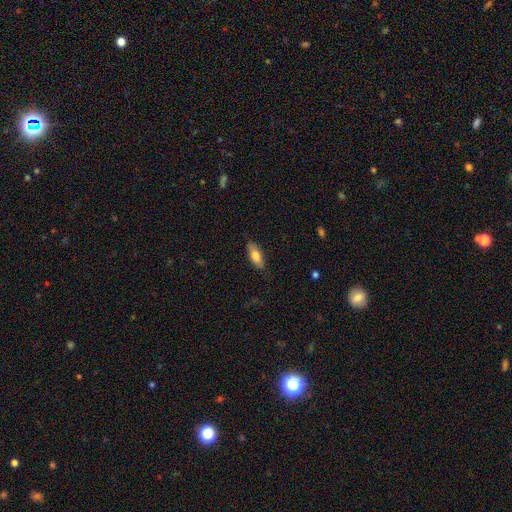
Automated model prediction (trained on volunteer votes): This appears to be a smooth galaxy with no disk features (76%) that is in between round and cigar-shaped (75%). Merging: none (83%).